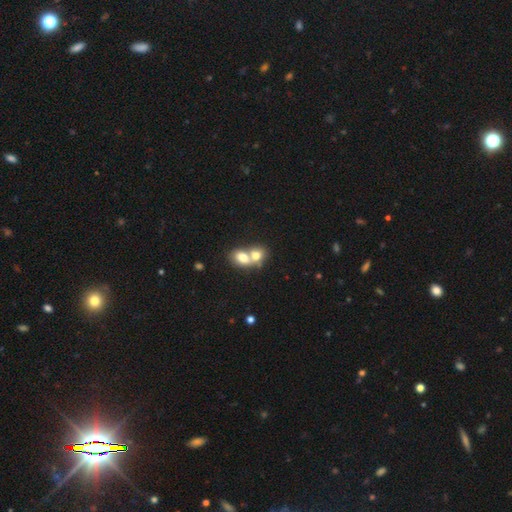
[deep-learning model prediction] Overall: smooth (71%). How rounded: in between (52%; round 46%). Merging: merger (76%).